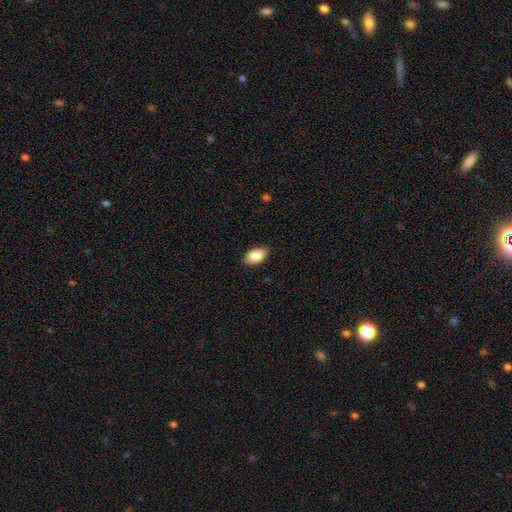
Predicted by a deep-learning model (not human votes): Q: Smooth or featured?
A: smooth (84%); runner-up: featured or disk (9%)
Q: How rounded?
A: in between (93%); runner-up: round (4%)
Q: Merging?
A: none (89%); runner-up: minor disturbance (9%)